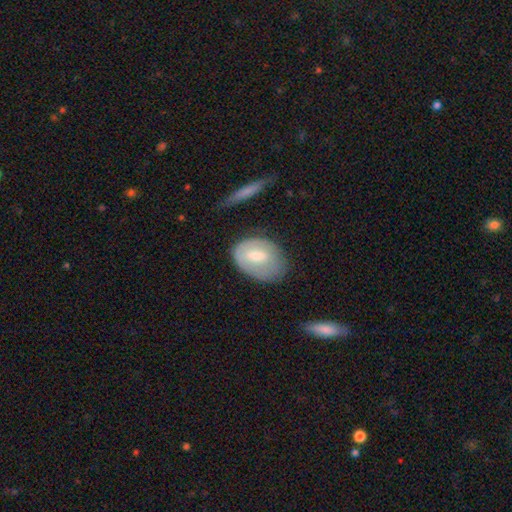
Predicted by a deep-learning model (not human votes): A smooth galaxy with no disk features (61%) that is in between round and cigar-shaped (81%).

Vote fractions:
- Smooth or featured? smooth: 61% / featured or disk: 33% / star or artifact: 6%
- How rounded? in between: 81% / round: 18% / cigar-shaped: 2%
- Merging? none: 56% / minor disturbance: 28% / major disturbance: 13% / merger: 3%